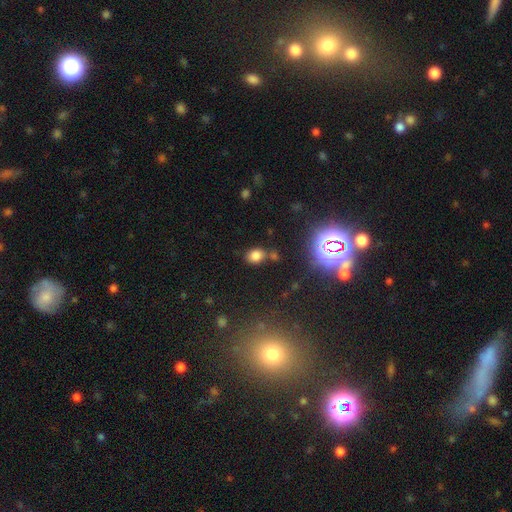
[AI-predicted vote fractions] Smooth or featured?
  - smooth: 73% *
  - star or artifact: 20%
  - featured or disk: 7%
How rounded?
  - in between: 59% *
  - round: 40%
  - cigar-shaped: 1%
Merging?
  - none: 68% *
  - merger: 14%
  - minor disturbance: 14%
  - major disturbance: 5%